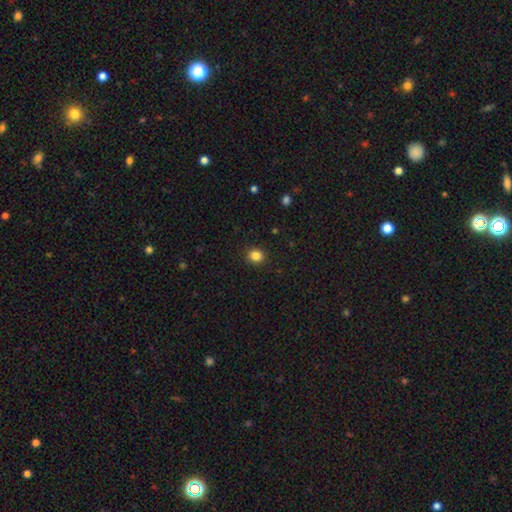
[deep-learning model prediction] Smooth or featured? Predicted: smooth (p=0.84). How rounded? Predicted: round (p=0.84). Merging? Predicted: none (p=0.91).